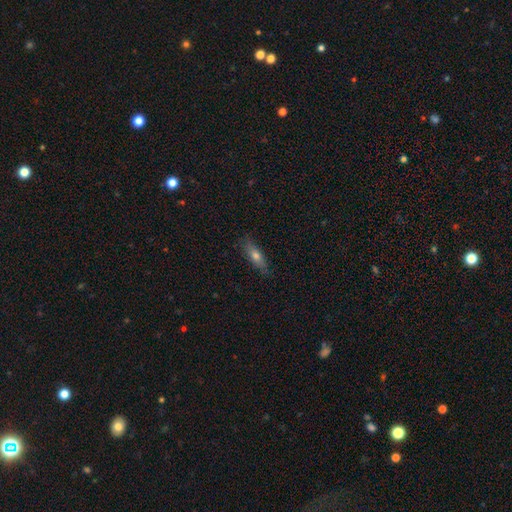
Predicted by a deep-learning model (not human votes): smooth-or-featured: smooth: 64% | featured or disk: 29% | star or artifact: 7%
  how-rounded: cigar-shaped: 57% | in between: 41% | round: 3%
  merging: none: 83% | minor disturbance: 14% | major disturbance: 2% | merger: 1%